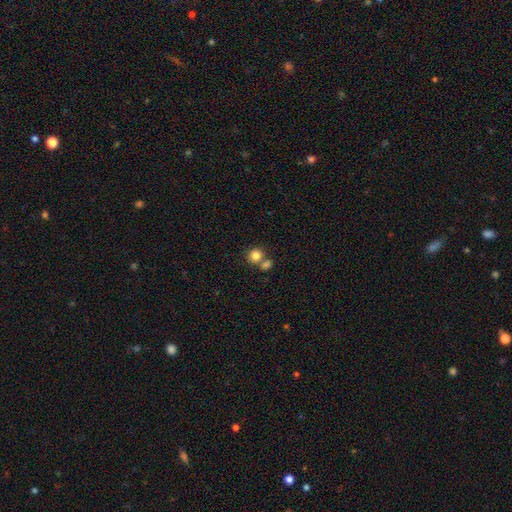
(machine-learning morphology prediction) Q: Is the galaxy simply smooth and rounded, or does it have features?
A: smooth — 83%.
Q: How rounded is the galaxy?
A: round — 85%.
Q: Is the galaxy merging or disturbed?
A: none — 53%.